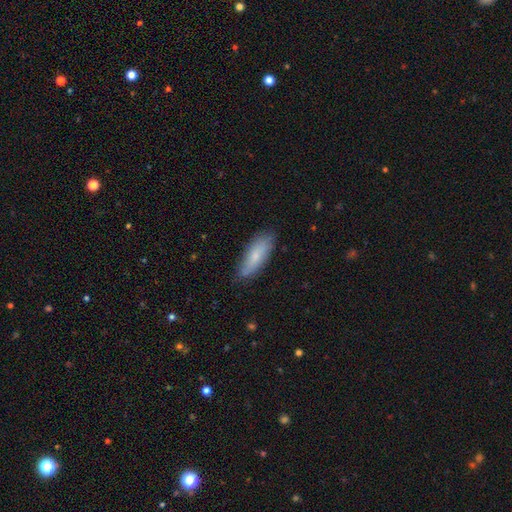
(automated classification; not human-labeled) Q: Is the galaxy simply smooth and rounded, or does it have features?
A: smooth — 73%.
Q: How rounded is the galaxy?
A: in between — 59%.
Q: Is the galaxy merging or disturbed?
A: none — 78%.